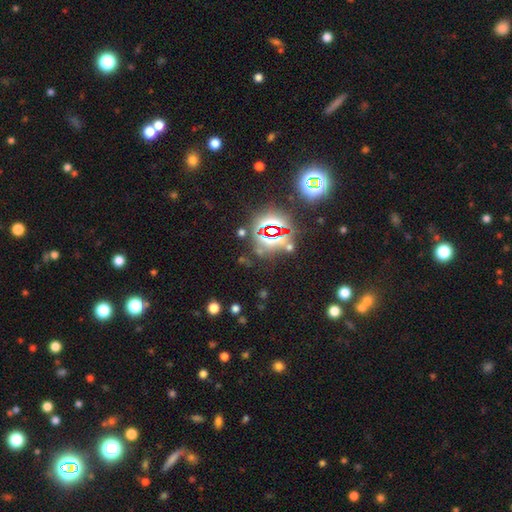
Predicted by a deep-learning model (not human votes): Q: Smooth or featured?
A: star or artifact (80%); runner-up: smooth (12%)